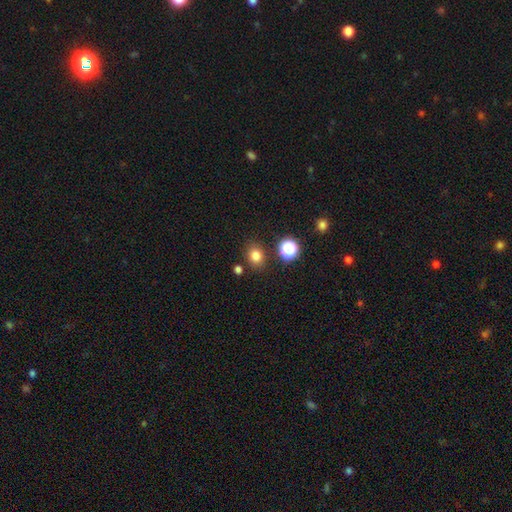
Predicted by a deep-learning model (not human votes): The model was most divided on "how rounded": round: 61%, in between: 38%, cigar-shaped: 1%. More confident: merging — none (82%); smooth or featured — smooth (78%).